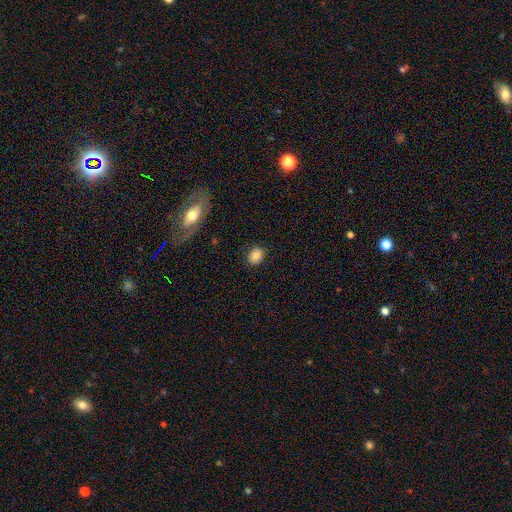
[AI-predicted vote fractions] Smooth or featured? smooth (83%)
How rounded? in between (56%)
Merging? none (88%)